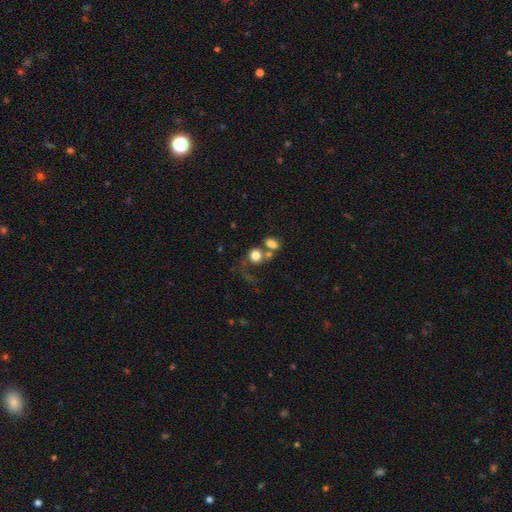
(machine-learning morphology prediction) This is likely a smooth galaxy (76%). How rounded: likely round (61%). Merging: possibly merger (46%).